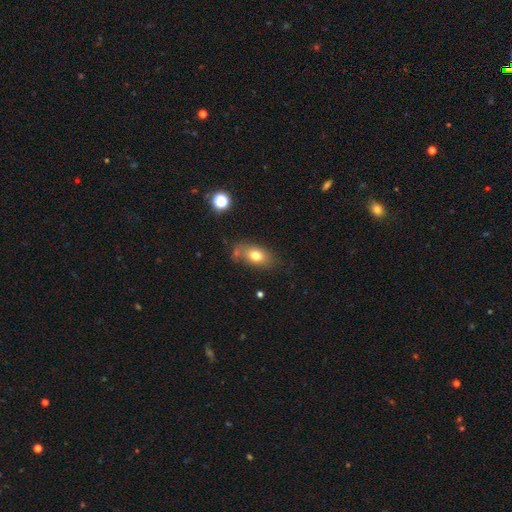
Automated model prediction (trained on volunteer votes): Q: Smooth or featured?
A: smooth (74%); runner-up: featured or disk (16%)
Q: How rounded?
A: in between (81%); runner-up: round (16%)
Q: Merging?
A: none (62%); runner-up: minor disturbance (21%)